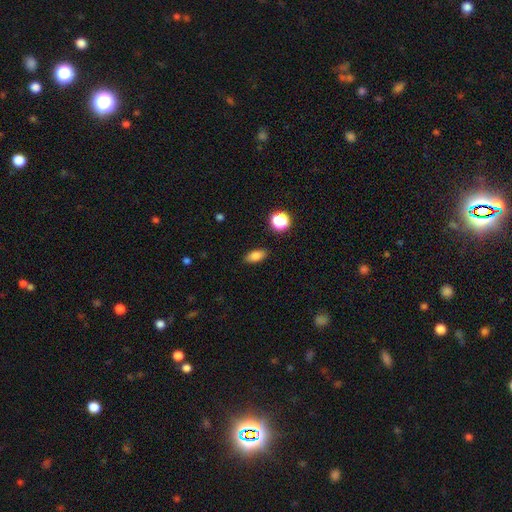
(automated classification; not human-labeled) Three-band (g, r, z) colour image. It shows a smooth galaxy with no disk features (82%) that is in between round and cigar-shaped (85%). Merging: none (88%).